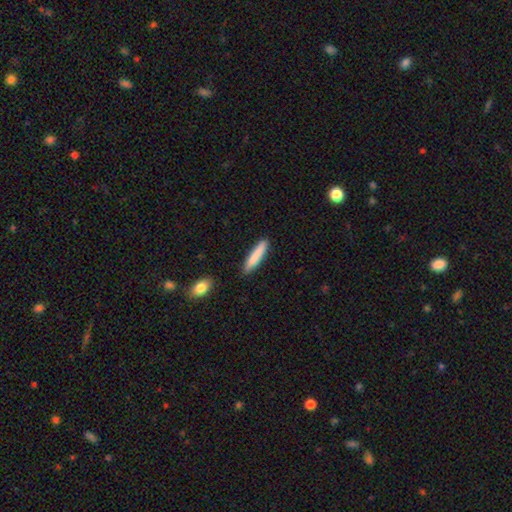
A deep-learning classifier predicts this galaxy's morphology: Smooth or featured: smooth — 83% (featured or disk — 11%)
How rounded: cigar-shaped — 89% (in between — 10%)
Merging: none — 87% (minor disturbance — 9%)